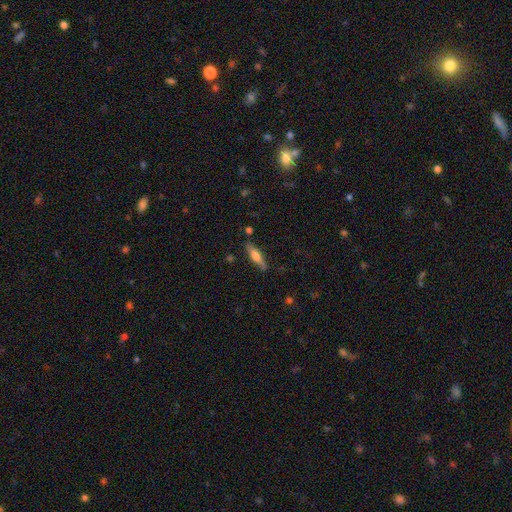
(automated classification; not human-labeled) This is possibly a smooth galaxy (51%). How rounded: likely cigar-shaped (75%). Merging: clearly none (82%).